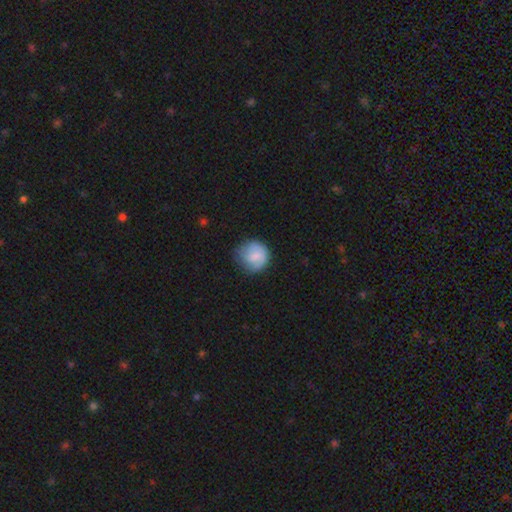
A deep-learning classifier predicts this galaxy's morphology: Smooth or featured? Predicted: smooth (p=0.73). How rounded? Predicted: round (p=0.88). Merging? Predicted: none (p=0.62).